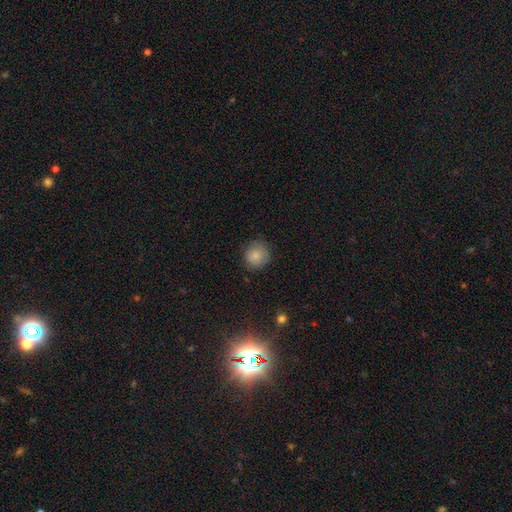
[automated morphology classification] Smooth or featured: smooth — 85% (star or artifact — 9%)
How rounded: round — 90% (in between — 9%)
Merging: none — 81% (minor disturbance — 15%)